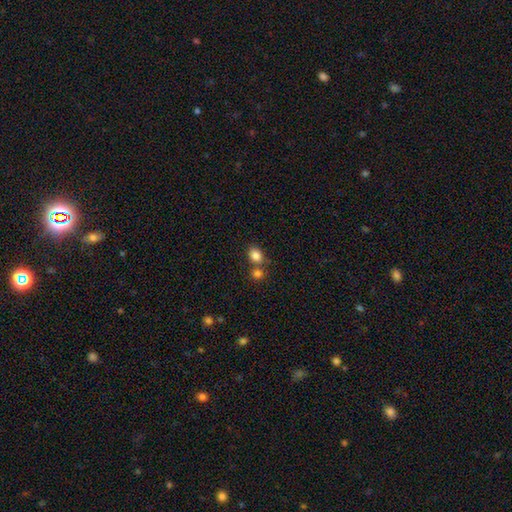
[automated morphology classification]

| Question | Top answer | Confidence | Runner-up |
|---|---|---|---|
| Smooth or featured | smooth | 84% | star or artifact (10%) |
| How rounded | in between | 53% | round (46%) |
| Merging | none | 57% | merger (30%) |